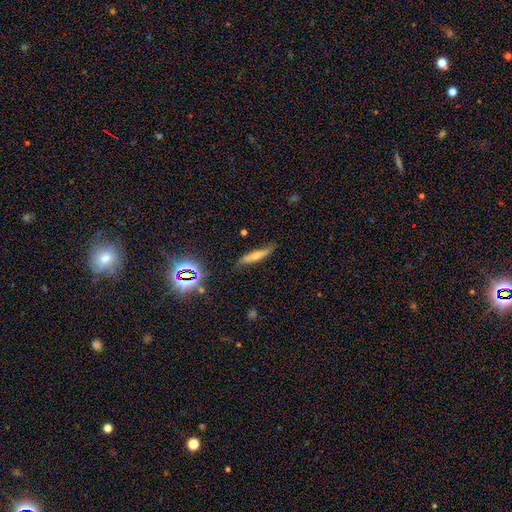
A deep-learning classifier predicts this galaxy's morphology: Q: Smooth or featured?
A: featured or disk (45%); runner-up: smooth (39%)
Q: Merging?
A: none (77%); runner-up: minor disturbance (18%)